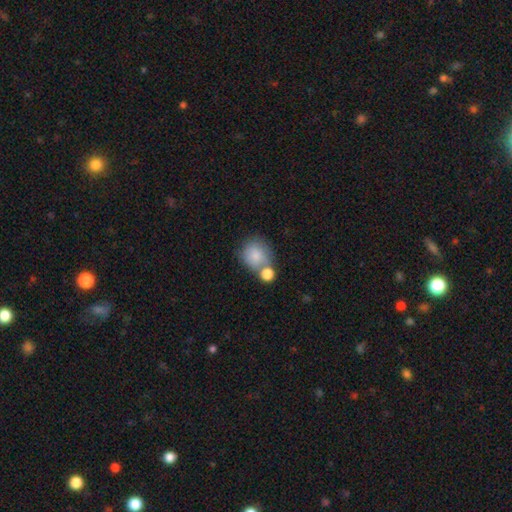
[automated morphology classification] Smooth or featured? Predicted: smooth (p=0.81). How rounded? Predicted: round (p=0.77). Merging? Predicted: none (p=0.43).